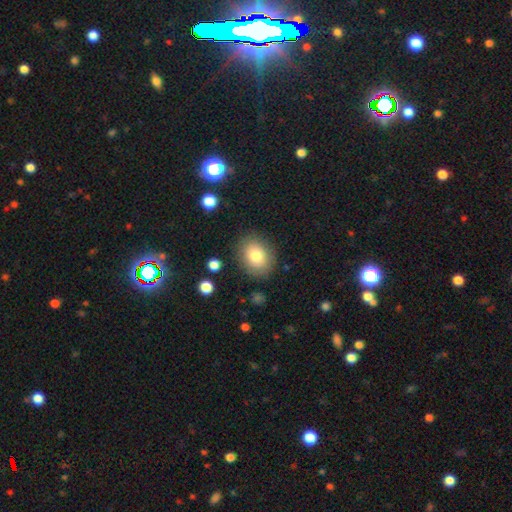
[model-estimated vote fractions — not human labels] Smooth or featured? smooth (80%)
How rounded? in between (53%)
Merging? none (83%)